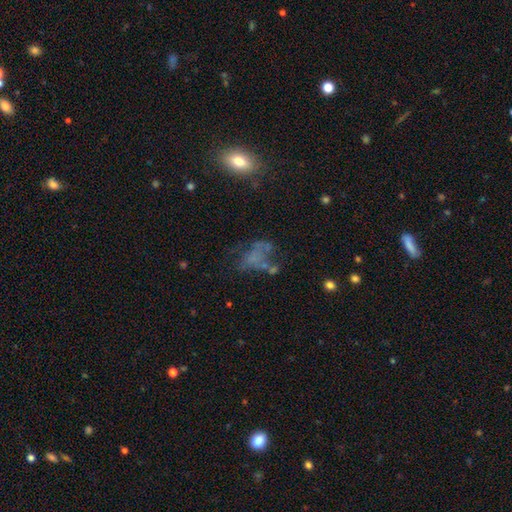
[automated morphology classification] A featured or disk galaxy (40%). Merging: none (35%).